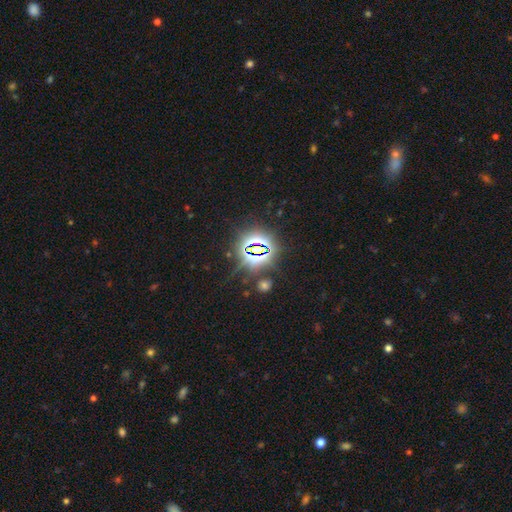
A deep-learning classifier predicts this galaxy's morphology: A star or artifact, not a galaxy (79%).